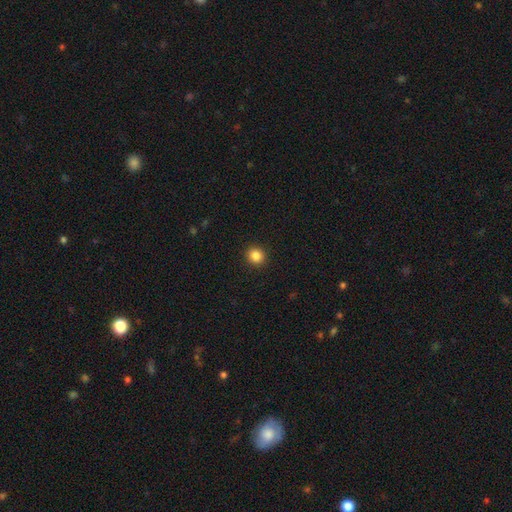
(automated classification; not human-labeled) smooth-or-featured: smooth: 85% | star or artifact: 11% | featured or disk: 4%
  how-rounded: round: 91% | in between: 9% | cigar-shaped: 1%
  merging: none: 93% | minor disturbance: 5% | major disturbance: 2% | merger: 1%